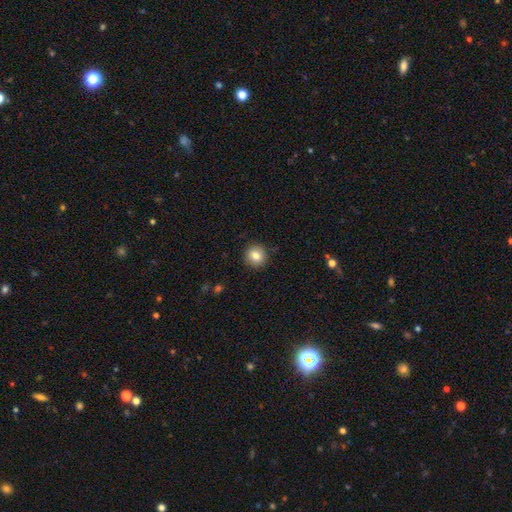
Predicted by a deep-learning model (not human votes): A smooth galaxy with no disk features (82%) that is round (92%).

Vote fractions:
- Smooth or featured? smooth: 82% / star or artifact: 9% / featured or disk: 8%
- How rounded? round: 92% / in between: 7% / cigar-shaped: 1%
- Merging? none: 90% / minor disturbance: 7% / major disturbance: 2% / merger: 1%